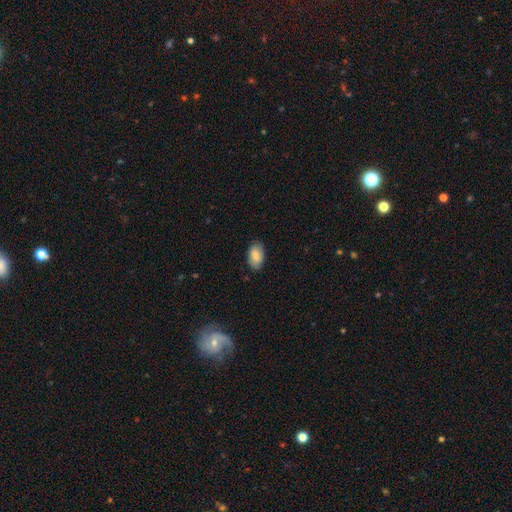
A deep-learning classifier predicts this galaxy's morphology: A smooth galaxy with no disk features (84%) that is in between round and cigar-shaped (94%).

Vote fractions:
- Smooth or featured? smooth: 84% / featured or disk: 10% / star or artifact: 6%
- How rounded? in between: 94% / round: 5% / cigar-shaped: 2%
- Merging? none: 84% / minor disturbance: 12% / major disturbance: 2% / merger: 1%